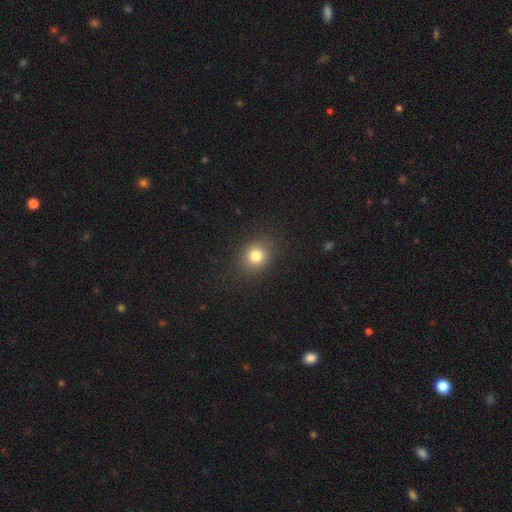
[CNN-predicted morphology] Smooth or featured?
  - smooth: 81% *
  - star or artifact: 12%
  - featured or disk: 7%
How rounded?
  - round: 66% *
  - in between: 33%
  - cigar-shaped: 1%
Merging?
  - none: 86% *
  - minor disturbance: 10%
  - major disturbance: 3%
  - merger: 1%